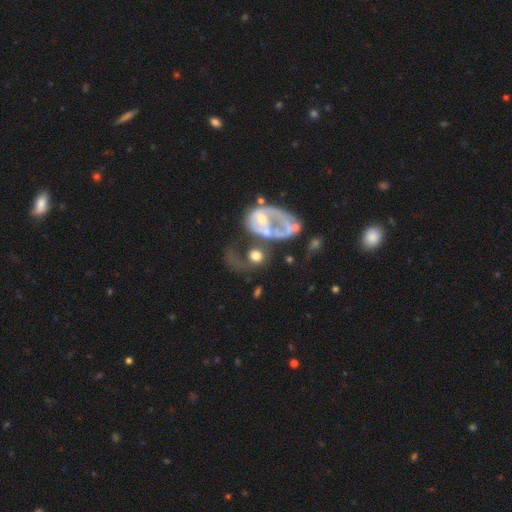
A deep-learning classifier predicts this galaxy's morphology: featured or disk 47%, smooth 43%, star or artifact 10%. Down the decision tree: merging — merger (40%).